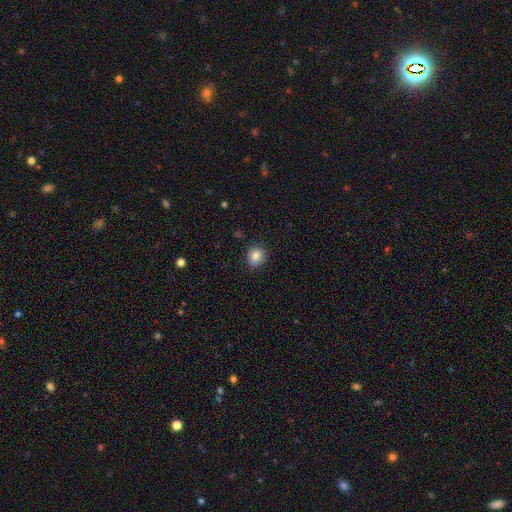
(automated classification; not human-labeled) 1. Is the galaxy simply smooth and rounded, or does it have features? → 82% smooth, 10% star or artifact, 8% featured or disk.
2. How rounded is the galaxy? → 71% round, 28% in between, 1% cigar-shaped.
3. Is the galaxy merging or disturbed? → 88% none, 9% minor disturbance, 2% major disturbance, 1% merger.